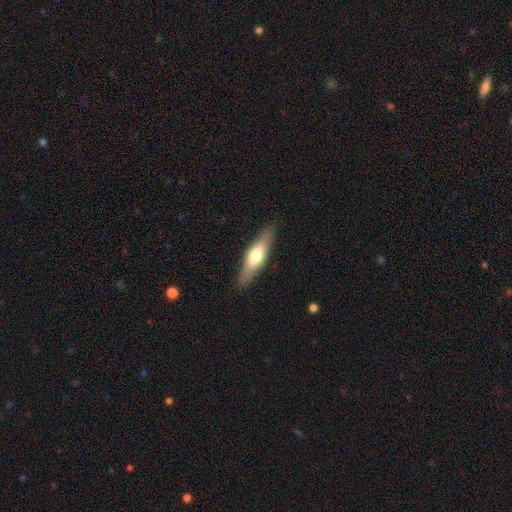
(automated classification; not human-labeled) Smooth or featured?
  - smooth: 50% *
  - featured or disk: 45%
  - star or artifact: 6%
Merging?
  - none: 88% *
  - minor disturbance: 9%
  - major disturbance: 2%
  - merger: 1%